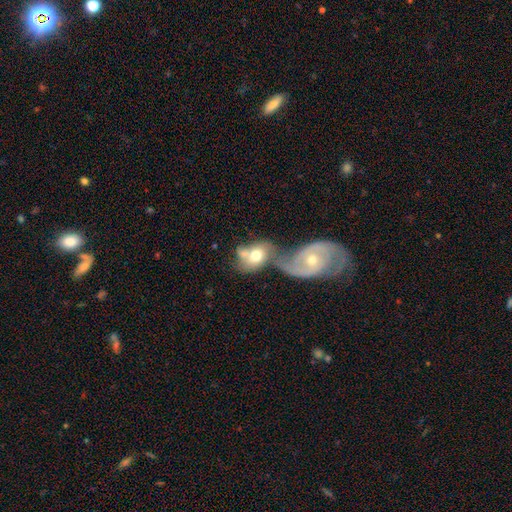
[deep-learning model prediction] smooth 51%, featured or disk 42%, star or artifact 7%. Down the decision tree: how rounded — in between (70%); merging — merger (69%).